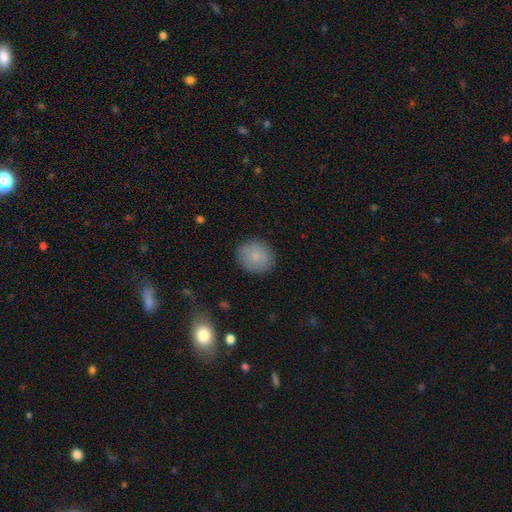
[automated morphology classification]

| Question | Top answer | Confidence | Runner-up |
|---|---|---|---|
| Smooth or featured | smooth | 79% | featured or disk (13%) |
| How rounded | round | 74% | in between (25%) |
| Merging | none | 85% | minor disturbance (11%) |